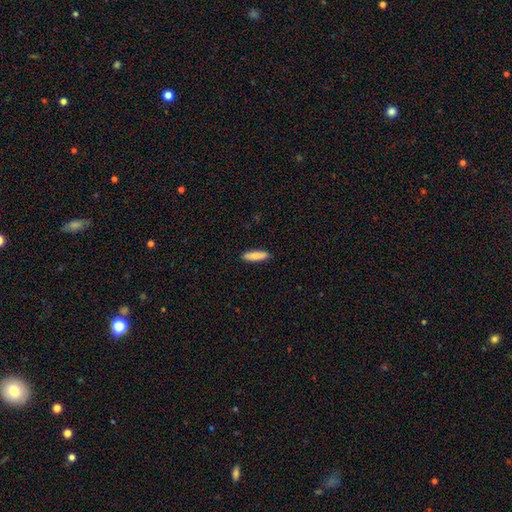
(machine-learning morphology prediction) Smooth or featured: smooth — 83% (featured or disk — 11%)
How rounded: cigar-shaped — 67% (in between — 31%)
Merging: none — 89% (minor disturbance — 8%)